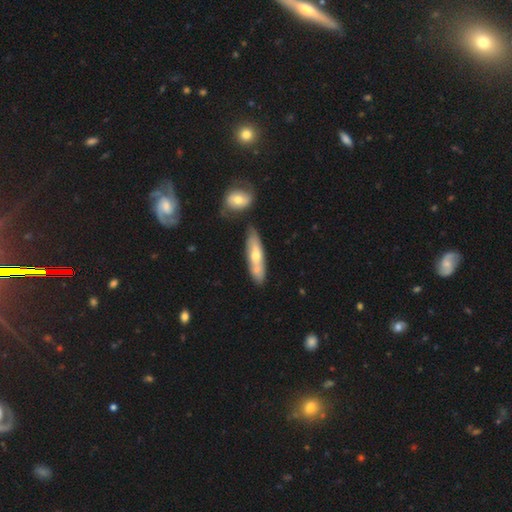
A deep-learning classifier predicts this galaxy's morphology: Overall: featured or disk (55%; smooth 38%). Edge-on disk: no (53%; yes 47%). Merging: none (71%).